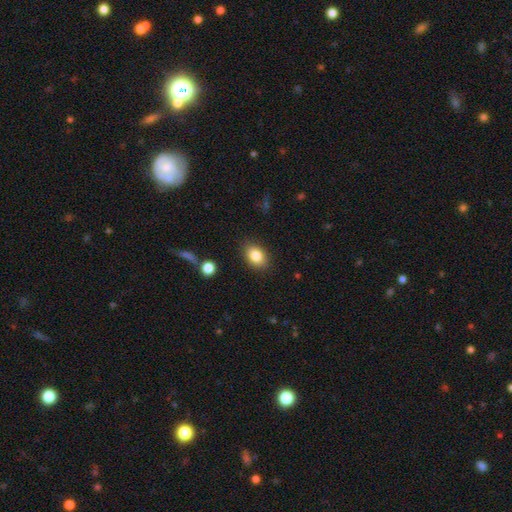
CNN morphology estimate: smooth-or-featured: smooth: 84% | star or artifact: 9% | featured or disk: 7%
  how-rounded: in between: 79% | round: 20% | cigar-shaped: 1%
  merging: none: 85% | minor disturbance: 10% | major disturbance: 3% | merger: 2%